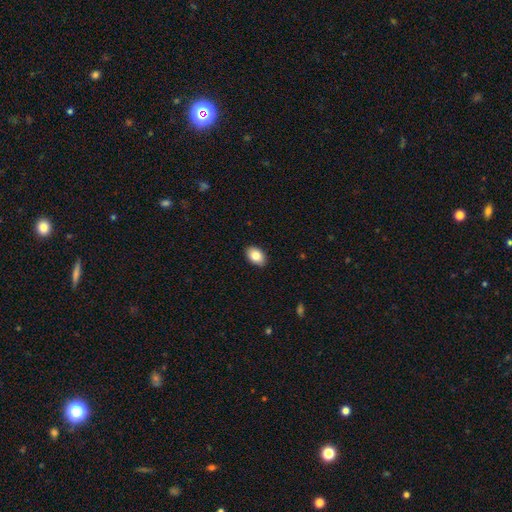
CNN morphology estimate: Smooth or featured? smooth (83%)
How rounded? in between (87%)
Merging? none (89%)